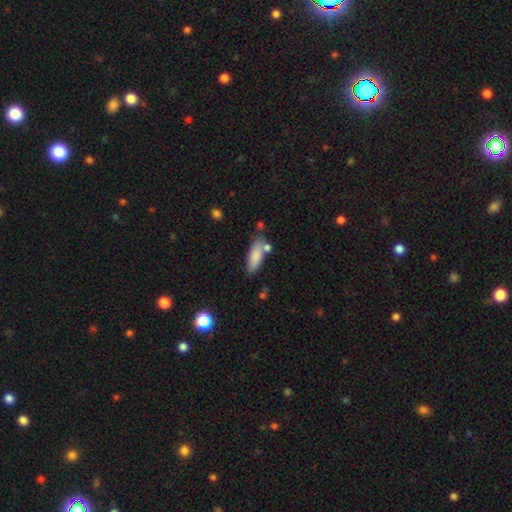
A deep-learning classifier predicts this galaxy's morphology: The model was most divided on "how rounded": in between: 68%, cigar-shaped: 30%, round: 2%. More confident: smooth or featured — smooth (84%); merging — none (64%).